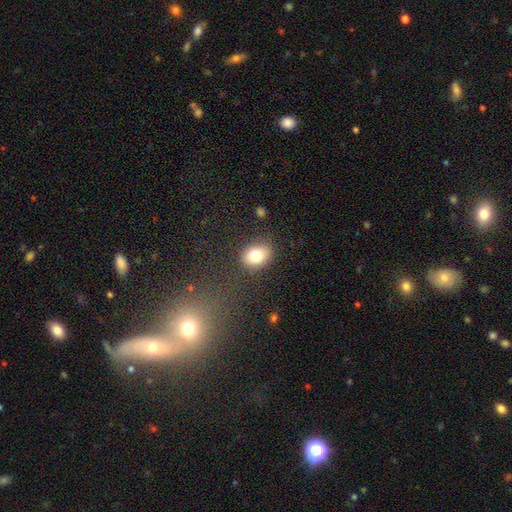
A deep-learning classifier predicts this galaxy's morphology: Smooth or featured?
  - smooth: 80% *
  - featured or disk: 11%
  - star or artifact: 9%
How rounded?
  - in between: 62% *
  - round: 37%
  - cigar-shaped: 1%
Merging?
  - none: 82% *
  - minor disturbance: 12%
  - major disturbance: 4%
  - merger: 2%